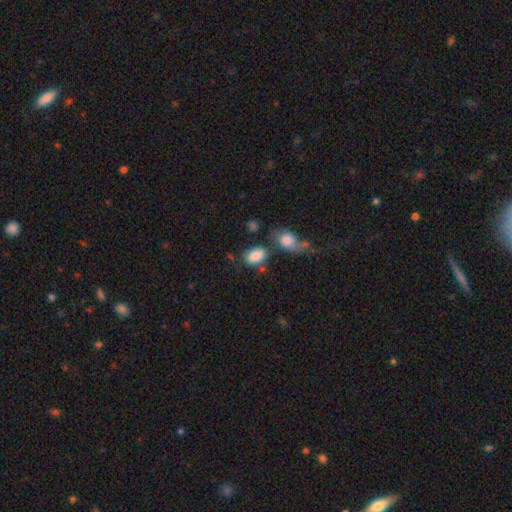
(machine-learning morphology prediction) The model was most divided on "merging": none: 59%, merger: 18%, minor disturbance: 17%, major disturbance: 7%. More confident: how rounded — in between (87%); smooth or featured — smooth (86%).